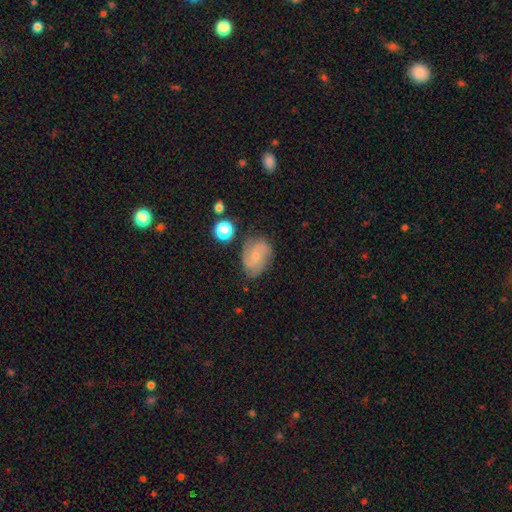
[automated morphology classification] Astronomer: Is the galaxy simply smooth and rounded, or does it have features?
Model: featured or disk — 56% (runner-up: smooth, 35%).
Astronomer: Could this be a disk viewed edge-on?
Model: no — 97%.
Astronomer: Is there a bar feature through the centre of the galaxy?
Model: no — 68%.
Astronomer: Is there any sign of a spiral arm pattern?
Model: yes — 89%.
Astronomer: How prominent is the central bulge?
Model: small — 70%.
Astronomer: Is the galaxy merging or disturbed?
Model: none — 70%.